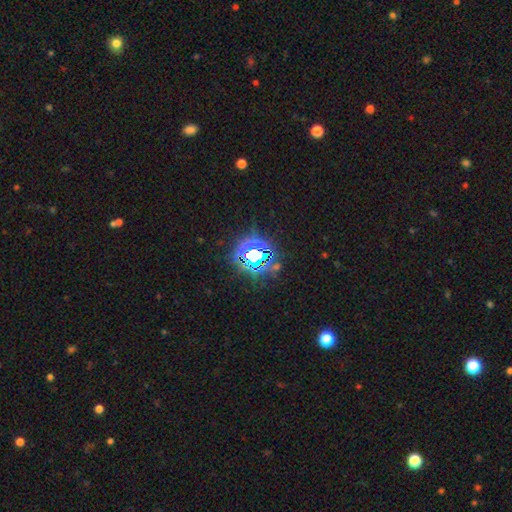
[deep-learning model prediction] smooth-or-featured: star or artifact: 79% | smooth: 13% | featured or disk: 8%